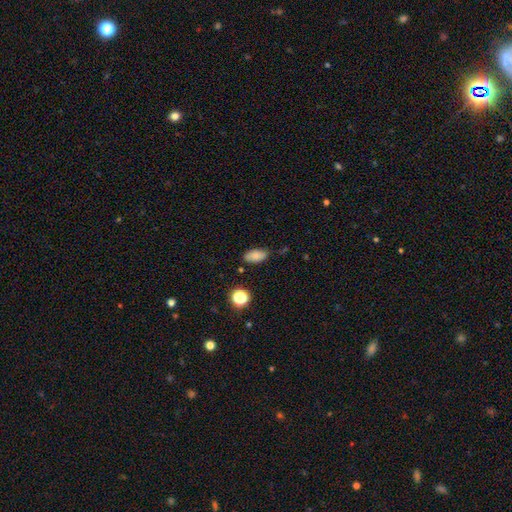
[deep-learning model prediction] smooth 83%, star or artifact 10%, featured or disk 7%. Down the decision tree: how rounded — in between (90%); merging — none (78%).